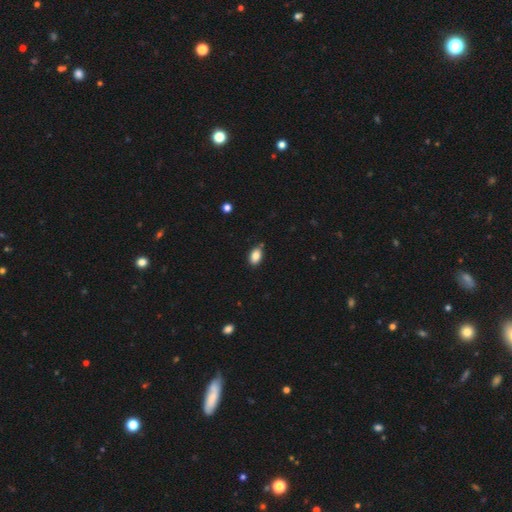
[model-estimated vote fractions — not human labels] Smooth or featured?
  - smooth: 85% *
  - star or artifact: 8%
  - featured or disk: 7%
How rounded?
  - in between: 90% *
  - round: 8%
  - cigar-shaped: 2%
Merging?
  - none: 80% *
  - minor disturbance: 15%
  - merger: 3%
  - major disturbance: 2%